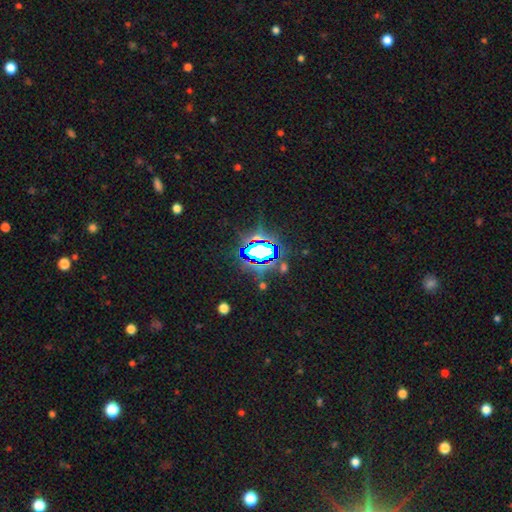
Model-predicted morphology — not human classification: The model was most divided on "smooth or featured": star or artifact: 74%, smooth: 15%, featured or disk: 11%.